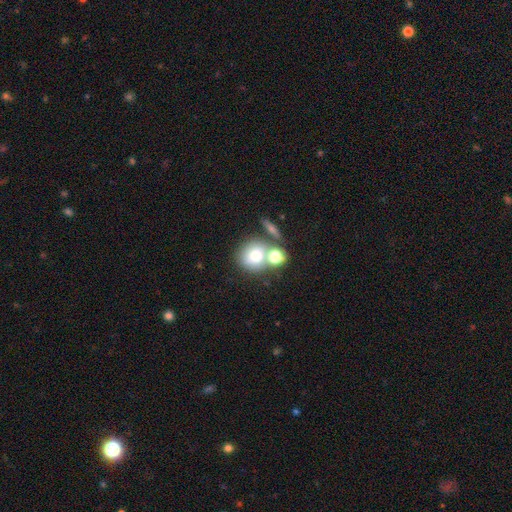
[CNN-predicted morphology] smooth_or_featured: smooth (p=0.72) [alt: featured or disk p=0.17]
how_rounded: round (p=0.78) [alt: in between p=0.21]
merging: none (p=0.47) [alt: merger p=0.38]